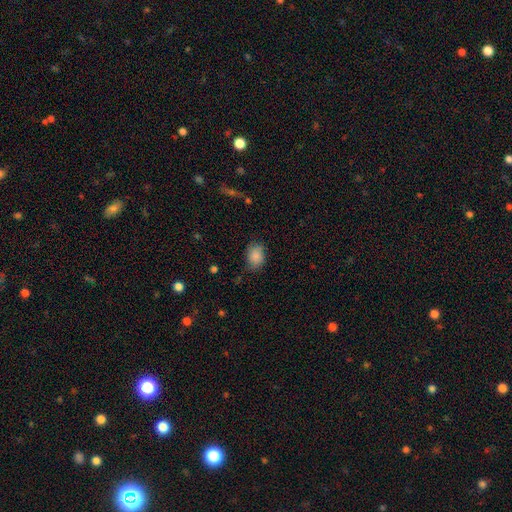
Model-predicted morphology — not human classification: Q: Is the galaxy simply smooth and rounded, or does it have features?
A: smooth — 85%.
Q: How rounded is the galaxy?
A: in between — 68%.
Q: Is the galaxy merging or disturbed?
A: none — 71%.